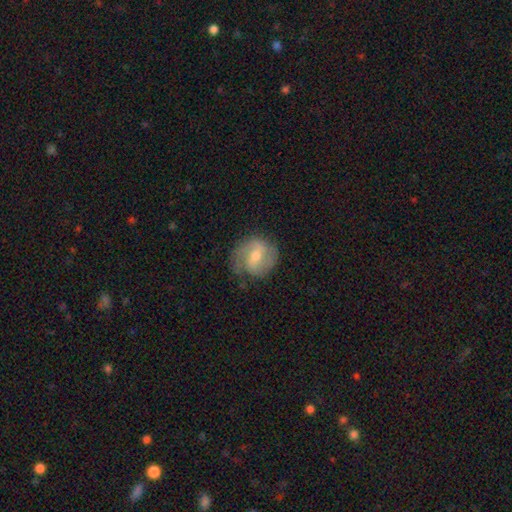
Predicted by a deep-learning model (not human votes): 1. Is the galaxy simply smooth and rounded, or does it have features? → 65% featured or disk, 29% smooth, 7% star or artifact.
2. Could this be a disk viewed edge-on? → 97% no, 3% yes.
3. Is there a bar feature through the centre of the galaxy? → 51% weak, 29% no, 21% strong.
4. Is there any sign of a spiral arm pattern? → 87% yes, 13% no.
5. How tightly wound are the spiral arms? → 47% medium, 27% tight, 26% loose.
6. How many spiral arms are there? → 75% 2, 12% can't tell, 5% 1, 5% 3, 2% 4, 1% more than 4.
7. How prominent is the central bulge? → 53% moderate, 42% small, 2% large, 2% none, 1% dominant.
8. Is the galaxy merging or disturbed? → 68% none, 21% minor disturbance, 9% major disturbance, 1% merger.